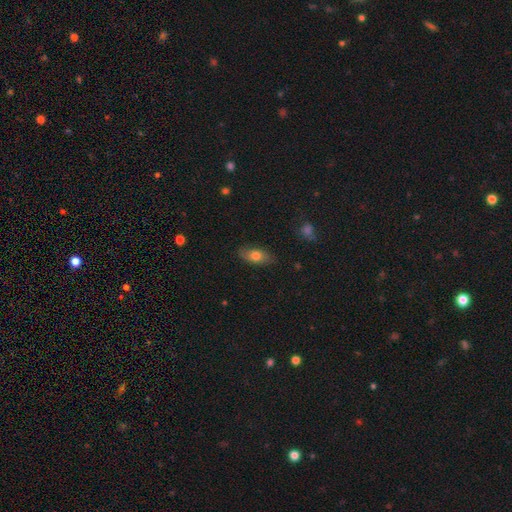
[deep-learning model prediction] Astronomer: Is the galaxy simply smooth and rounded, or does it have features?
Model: smooth — 71%.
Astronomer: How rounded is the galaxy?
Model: in between — 84%.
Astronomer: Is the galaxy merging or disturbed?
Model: none — 83%.